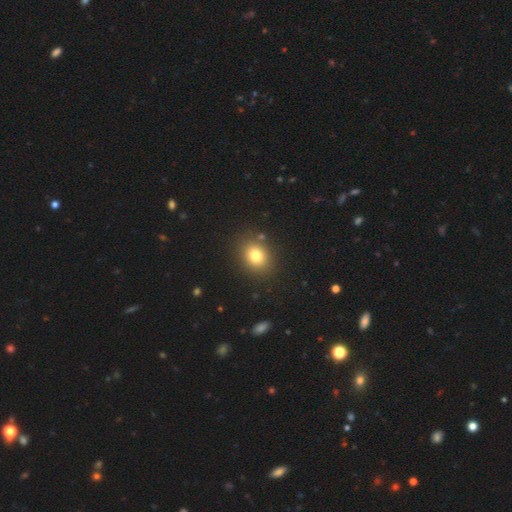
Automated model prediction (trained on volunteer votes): Q: Smooth or featured?
A: smooth (79%); runner-up: star or artifact (12%)
Q: How rounded?
A: round (55%); runner-up: in between (44%)
Q: Merging?
A: none (85%); runner-up: minor disturbance (8%)